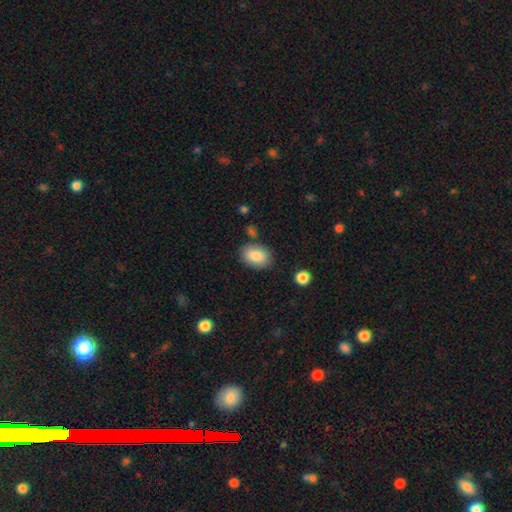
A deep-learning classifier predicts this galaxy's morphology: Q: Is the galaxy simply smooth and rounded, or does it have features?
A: smooth — 87%.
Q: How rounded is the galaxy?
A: in between — 82%.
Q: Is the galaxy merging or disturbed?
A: none — 78%.